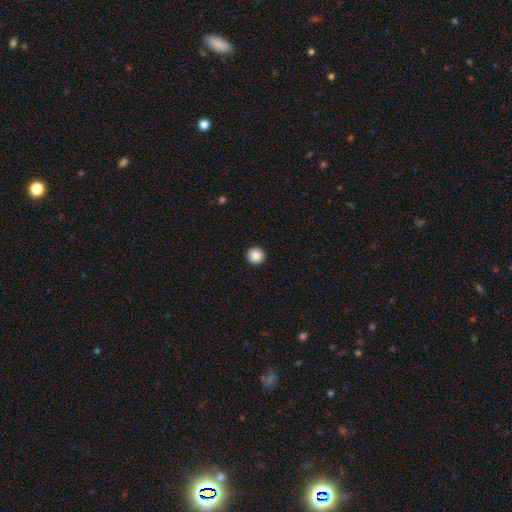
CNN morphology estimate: Smooth or featured: smooth — 86% (star or artifact — 9%)
How rounded: round — 97% (in between — 2%)
Merging: none — 94% (minor disturbance — 4%)